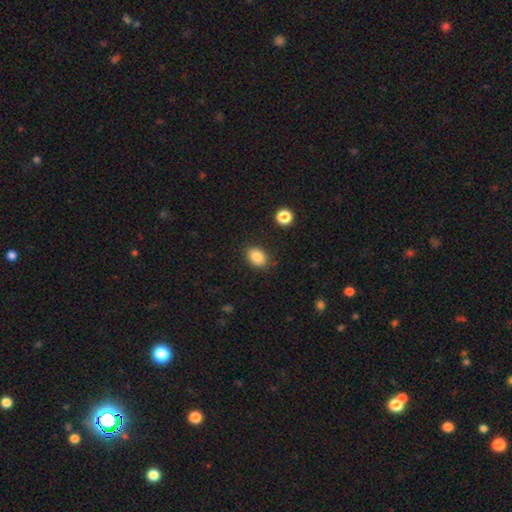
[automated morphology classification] smooth-or-featured: smooth: 85% | star or artifact: 9% | featured or disk: 6%
  how-rounded: in between: 77% | round: 22% | cigar-shaped: 1%
  merging: none: 85% | minor disturbance: 10% | major disturbance: 3% | merger: 2%